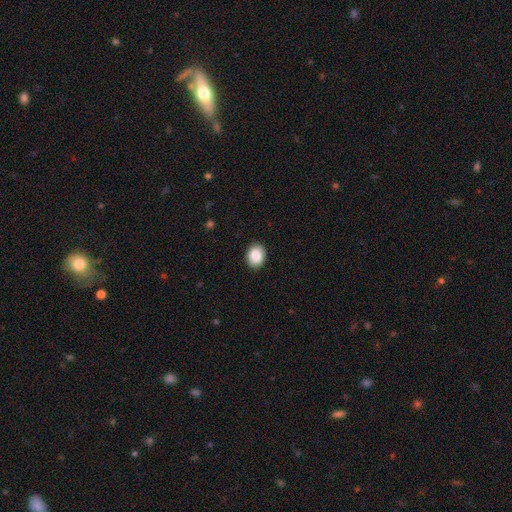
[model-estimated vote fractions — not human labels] The model was most divided on "how rounded": in between: 54%, round: 46%, cigar-shaped: 1%. More confident: merging — none (91%); smooth or featured — smooth (88%).